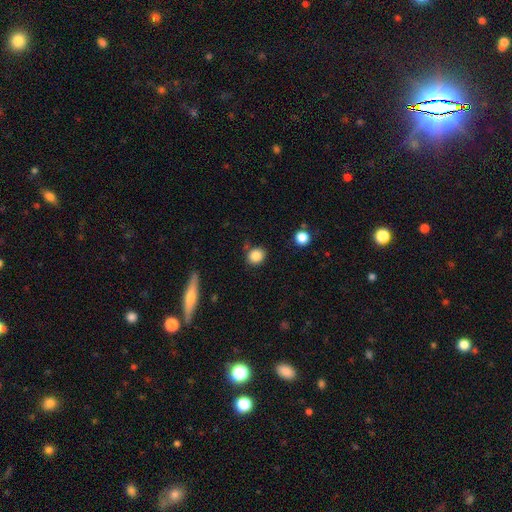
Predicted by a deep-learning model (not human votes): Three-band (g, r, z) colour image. It shows a smooth galaxy with no disk features (84%) that is round (75%). Merging: none (77%).